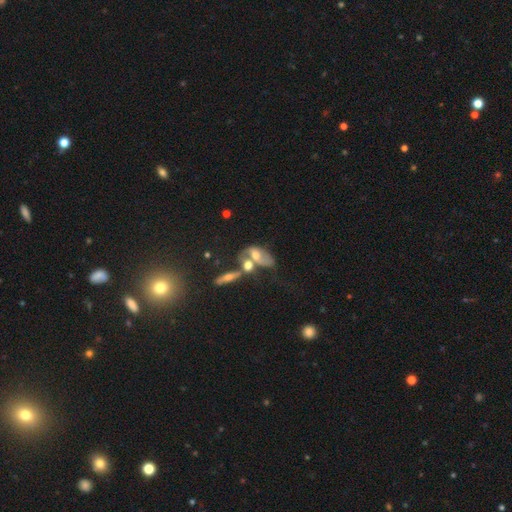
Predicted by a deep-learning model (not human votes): This appears to be a featured or disk galaxy (57%). Merging: merger (55%).